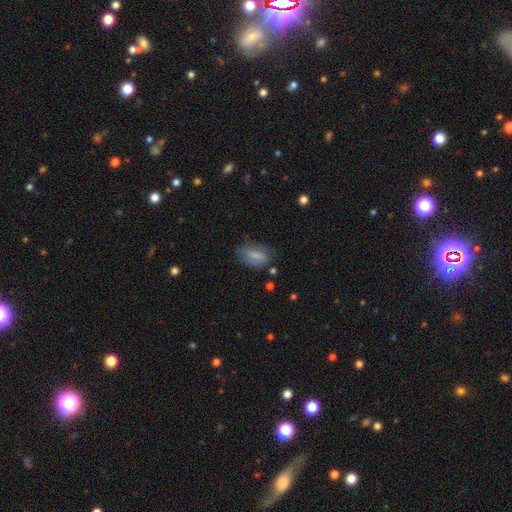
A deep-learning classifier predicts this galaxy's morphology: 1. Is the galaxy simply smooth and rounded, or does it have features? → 71% smooth, 21% featured or disk, 8% star or artifact.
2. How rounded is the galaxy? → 86% in between, 8% round, 6% cigar-shaped.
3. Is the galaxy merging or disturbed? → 59% none, 29% minor disturbance, 10% major disturbance, 2% merger.